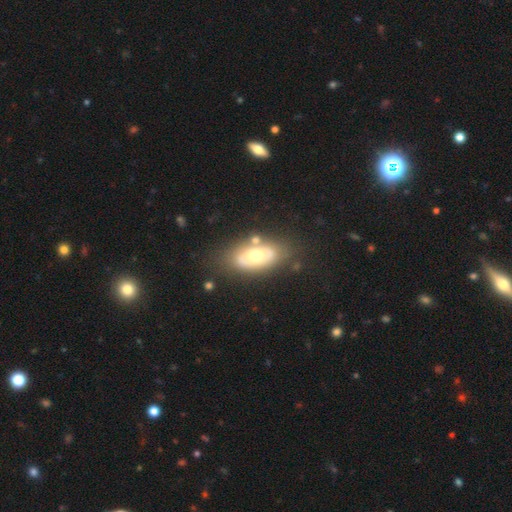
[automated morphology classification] Smooth or featured: featured or disk — 55% (smooth — 38%)
Edge-on disk: no — 88% (yes — 12%)
Merging: none — 71% (minor disturbance — 16%)